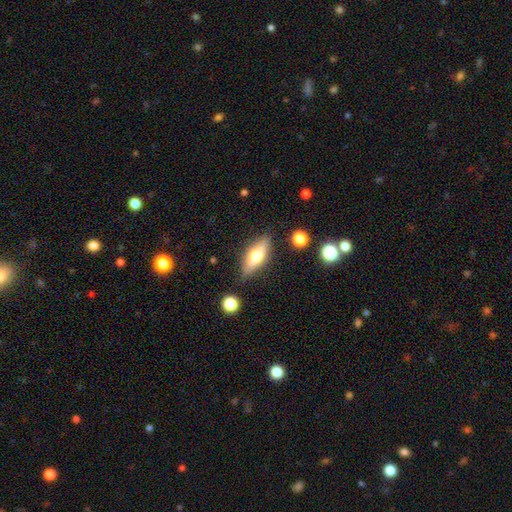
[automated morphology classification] This appears to be a smooth galaxy with no disk features (51%) that is in between round and cigar-shaped (60%). Merging: none (83%).